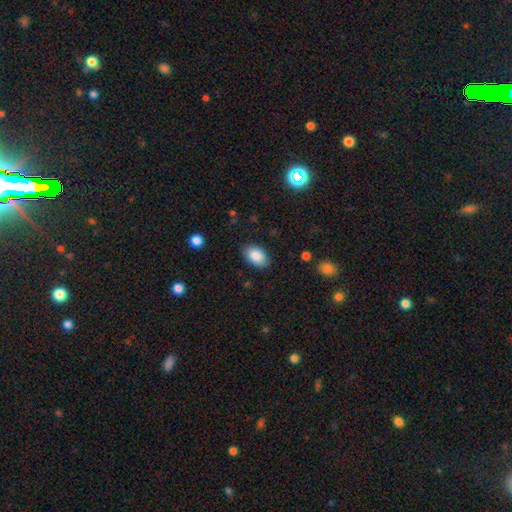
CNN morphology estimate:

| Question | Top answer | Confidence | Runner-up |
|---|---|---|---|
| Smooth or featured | smooth | 86% | star or artifact (7%) |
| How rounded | in between | 91% | round (8%) |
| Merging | none | 85% | minor disturbance (11%) |